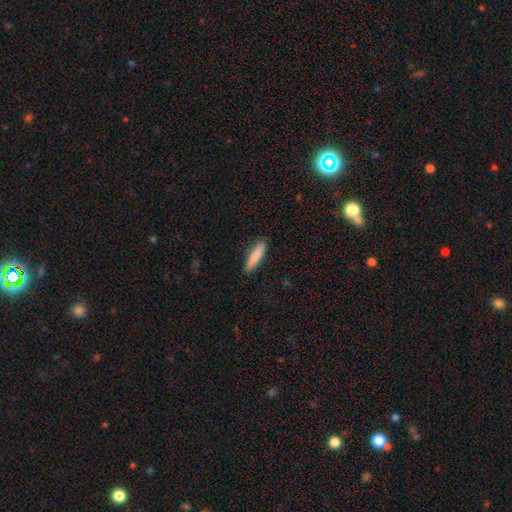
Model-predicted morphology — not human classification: Q: Smooth or featured?
A: smooth (83%); runner-up: featured or disk (12%)
Q: How rounded?
A: cigar-shaped (81%); runner-up: in between (18%)
Q: Merging?
A: none (86%); runner-up: minor disturbance (11%)